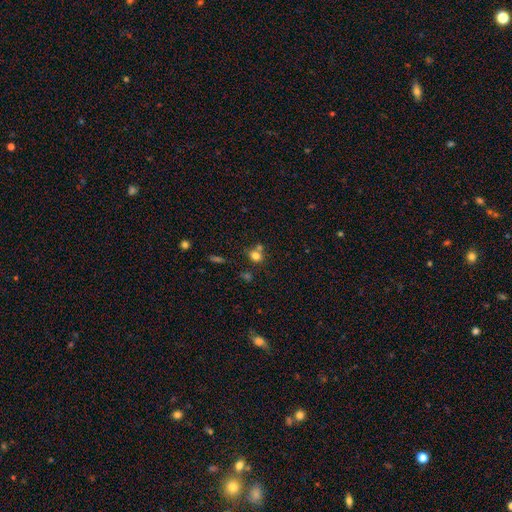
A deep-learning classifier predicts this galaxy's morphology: A smooth galaxy with no disk features (75%) that is round (63%). Merging: none (52%).